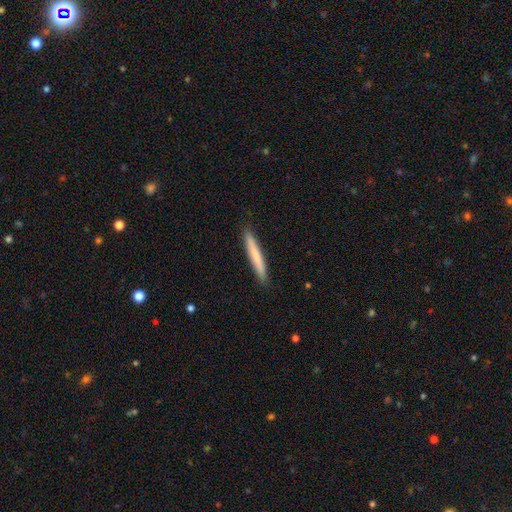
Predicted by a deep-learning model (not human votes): A smooth galaxy with no disk features (69%) that is cigar-shaped (96%). Merging: none (91%).